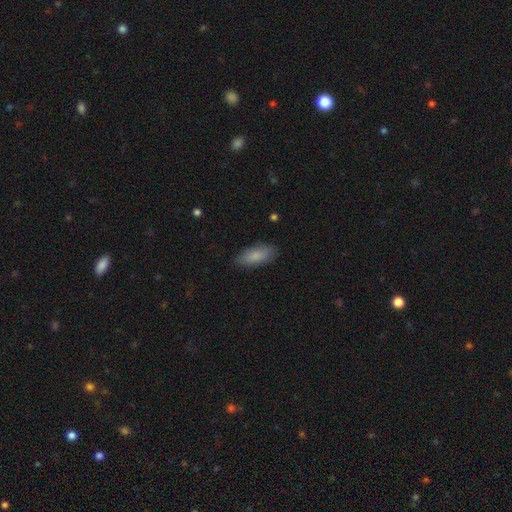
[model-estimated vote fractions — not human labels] A smooth galaxy with no disk features (85%) that is in between round and cigar-shaped (81%).

Vote fractions:
- Smooth or featured? smooth: 85% / featured or disk: 9% / star or artifact: 6%
- How rounded? in between: 81% / cigar-shaped: 17% / round: 2%
- Merging? none: 85% / minor disturbance: 12% / major disturbance: 2% / merger: 1%